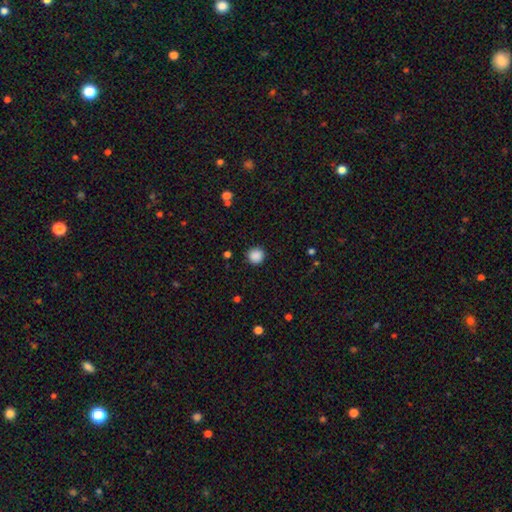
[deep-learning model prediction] Smooth or featured? Predicted: smooth (p=0.88). How rounded? Predicted: round (p=0.93). Merging? Predicted: none (p=0.91).